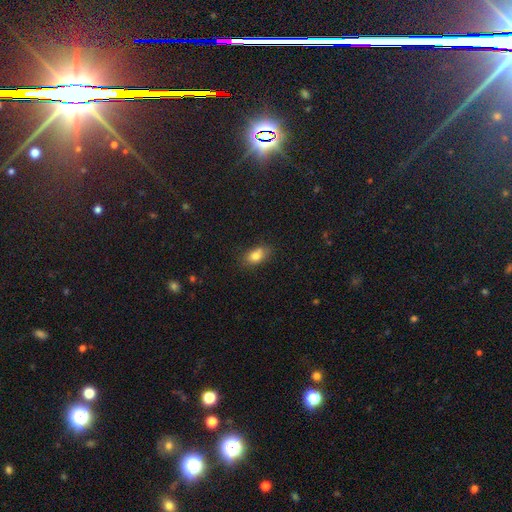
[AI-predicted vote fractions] This appears to be a smooth galaxy with no disk features (78%) that is in between round and cigar-shaped (81%). Merging: none (64%).